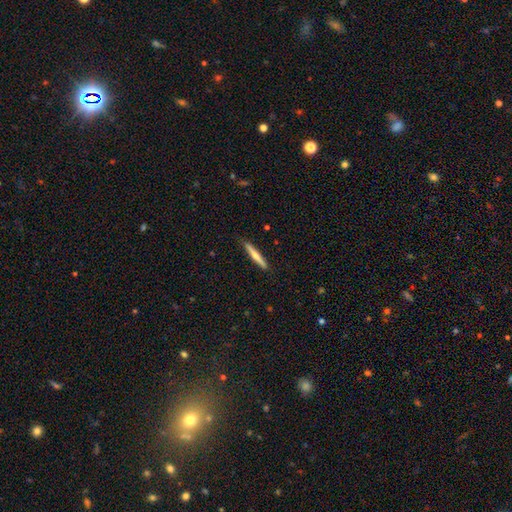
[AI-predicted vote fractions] Overall: smooth (50%; featured or disk 45%). Merging: none (88%).